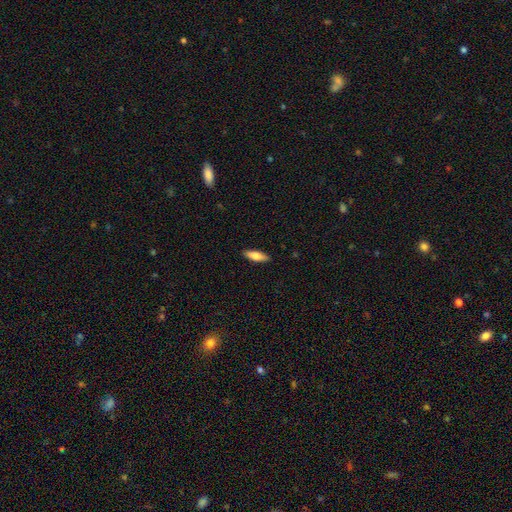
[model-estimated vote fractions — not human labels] A smooth galaxy with no disk features (72%) that is in between round and cigar-shaped (54%). Merging: none (89%).